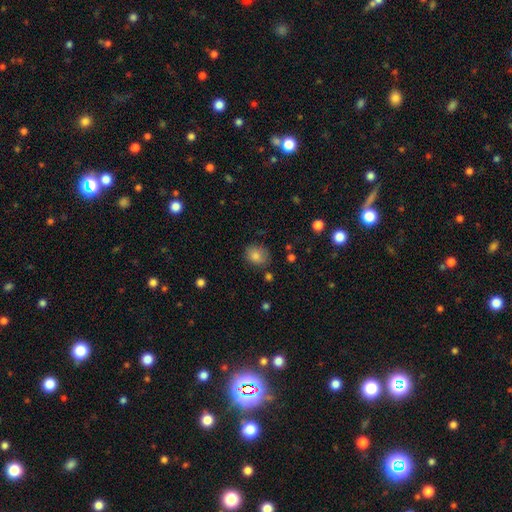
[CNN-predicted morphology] smooth 83%, star or artifact 10%, featured or disk 7%. Down the decision tree: how rounded — round (54%); merging — none (76%).